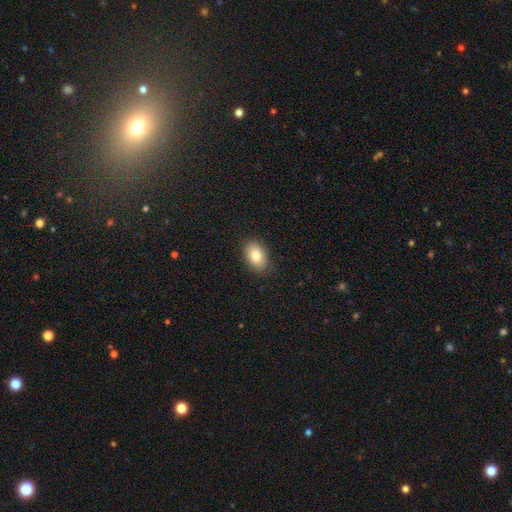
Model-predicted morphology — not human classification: Smooth or featured?
  - smooth: 81% *
  - featured or disk: 11%
  - star or artifact: 8%
How rounded?
  - in between: 87% *
  - round: 11%
  - cigar-shaped: 1%
Merging?
  - none: 87% *
  - minor disturbance: 10%
  - major disturbance: 2%
  - merger: 1%